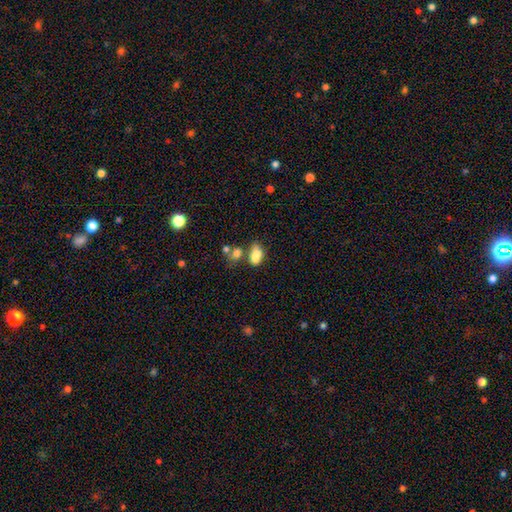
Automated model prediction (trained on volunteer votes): This is likely a smooth galaxy (77%). How rounded: clearly in between (86%). Merging: marginally none (37%).